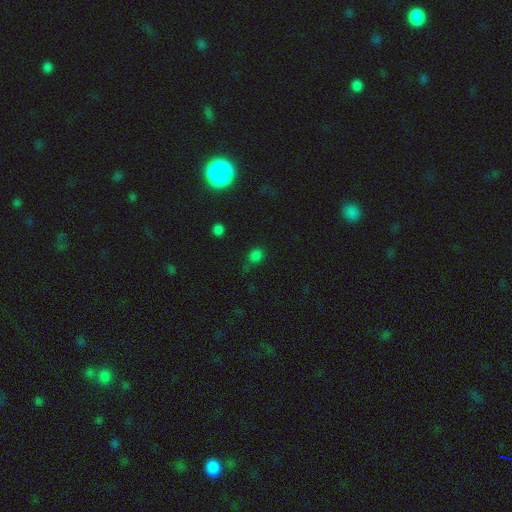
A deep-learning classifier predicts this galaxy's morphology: smooth 70%, star or artifact 25%, featured or disk 5%. Down the decision tree: how rounded — round (64%); merging — none (67%).